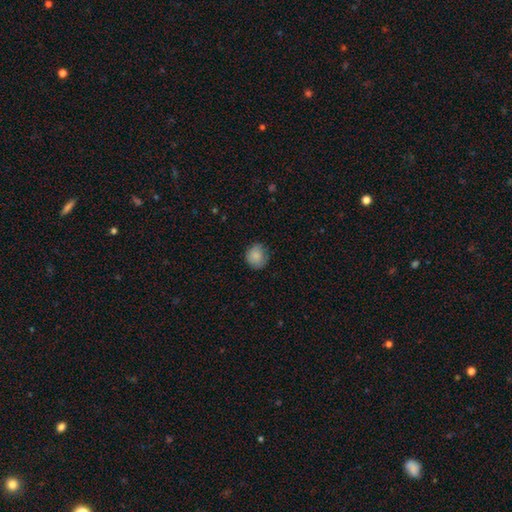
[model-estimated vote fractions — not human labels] A smooth galaxy with no disk features (85%) that is round (81%).

Vote fractions:
- Smooth or featured? smooth: 85% / star or artifact: 8% / featured or disk: 7%
- How rounded? round: 81% / in between: 18% / cigar-shaped: 1%
- Merging? none: 75% / minor disturbance: 20% / major disturbance: 4% / merger: 1%